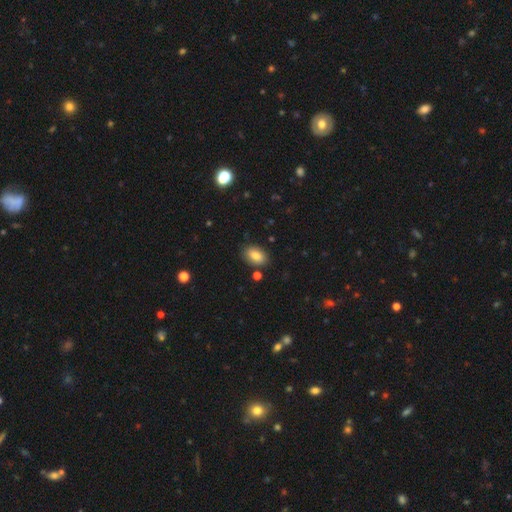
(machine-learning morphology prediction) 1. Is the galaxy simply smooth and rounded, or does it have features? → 84% smooth, 8% star or artifact, 8% featured or disk.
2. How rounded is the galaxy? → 88% in between, 10% round, 1% cigar-shaped.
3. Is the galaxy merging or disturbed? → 83% none, 11% minor disturbance, 3% merger, 3% major disturbance.